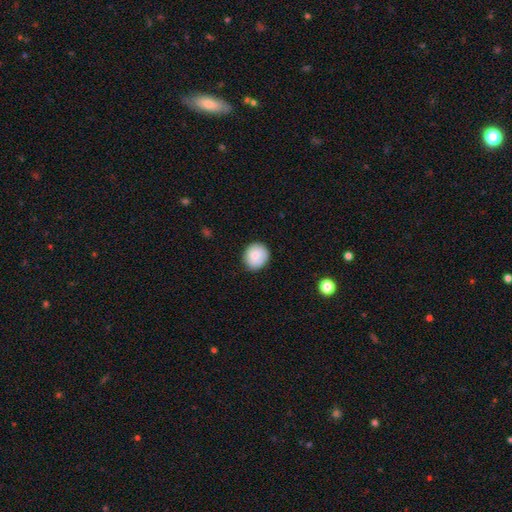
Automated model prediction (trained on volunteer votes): smooth 83%, featured or disk 10%, star or artifact 7%. Down the decision tree: how rounded — round (81%); merging — none (86%).